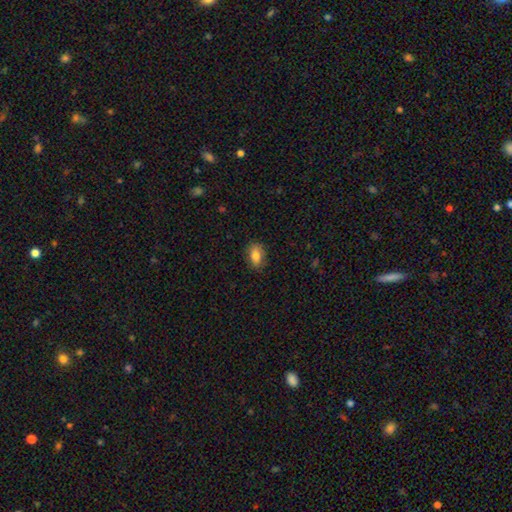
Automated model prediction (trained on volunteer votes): This is clearly a smooth galaxy (81%). How rounded: clearly in between (83%). Merging: clearly none (82%).